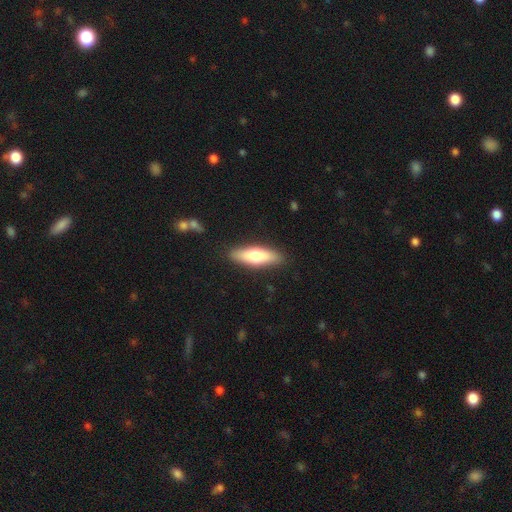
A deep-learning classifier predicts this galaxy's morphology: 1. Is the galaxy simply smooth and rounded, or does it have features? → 65% smooth, 30% featured or disk, 5% star or artifact.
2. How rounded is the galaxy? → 52% cigar-shaped, 46% in between, 2% round.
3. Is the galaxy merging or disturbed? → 88% none, 9% minor disturbance, 2% major disturbance, 1% merger.